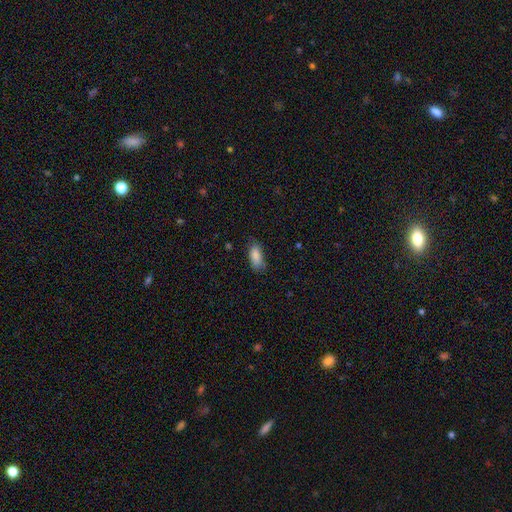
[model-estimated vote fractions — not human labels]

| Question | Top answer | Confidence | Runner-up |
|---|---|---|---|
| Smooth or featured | smooth | 86% | star or artifact (7%) |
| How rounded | in between | 86% | cigar-shaped (11%) |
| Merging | none | 71% | minor disturbance (22%) |